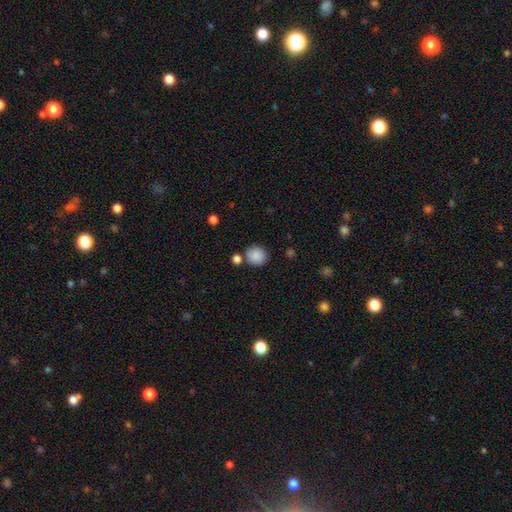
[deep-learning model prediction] The model was most divided on "merging": none: 78%, minor disturbance: 10%, merger: 9%, major disturbance: 3%. More confident: how rounded — round (88%); smooth or featured — smooth (88%).